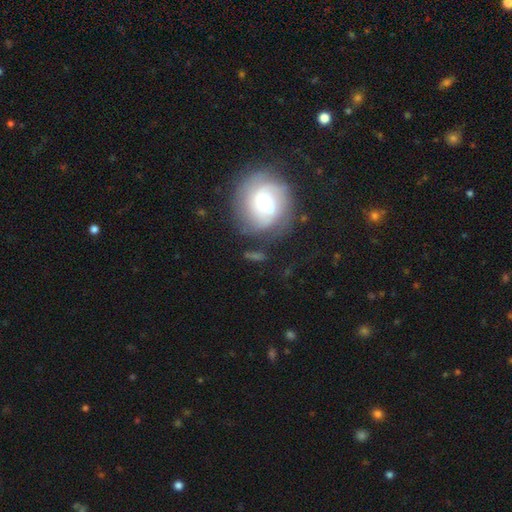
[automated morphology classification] Smooth or featured? featured or disk (57%)
Edge-on disk? no (96%)
Bar? no (64%)
Spiral arms? yes (82%)
Bulge size? small (52%)
Merging? none (65%)